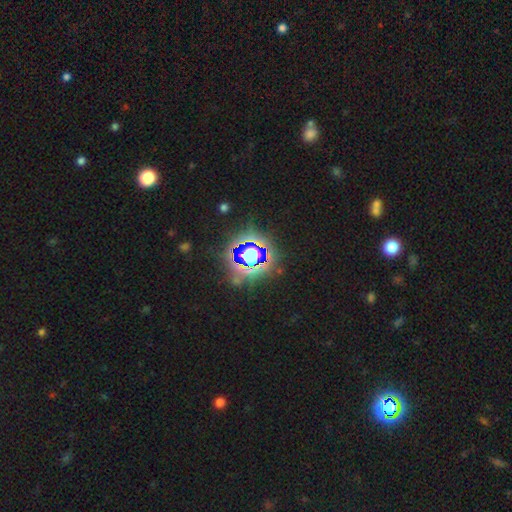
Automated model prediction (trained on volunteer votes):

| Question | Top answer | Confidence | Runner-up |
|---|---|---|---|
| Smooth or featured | star or artifact | 76% | smooth (15%) |